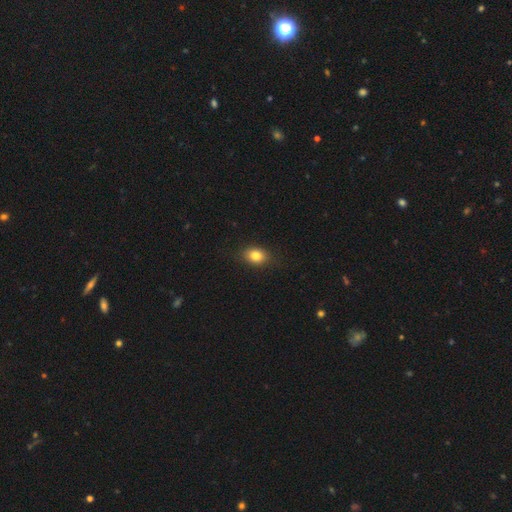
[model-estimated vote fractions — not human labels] A smooth galaxy with no disk features (83%) that is in between round and cigar-shaped (68%). Merging: none (86%).